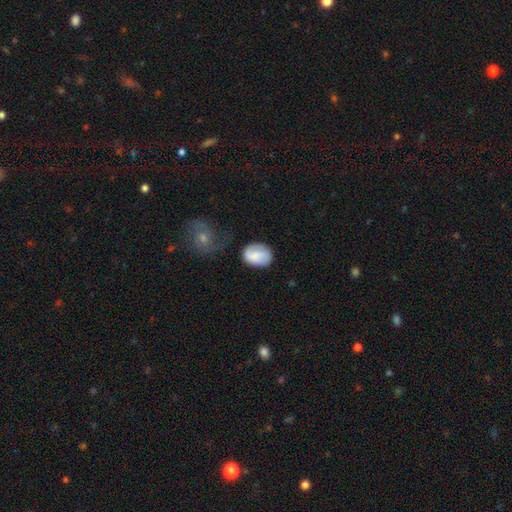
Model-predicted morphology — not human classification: A smooth galaxy with no disk features (77%) that is in between round and cigar-shaped (63%).

Vote fractions:
- Smooth or featured? smooth: 77% / featured or disk: 16% / star or artifact: 7%
- How rounded? in between: 63% / round: 36% / cigar-shaped: 1%
- Merging? none: 59% / minor disturbance: 28% / major disturbance: 9% / merger: 5%